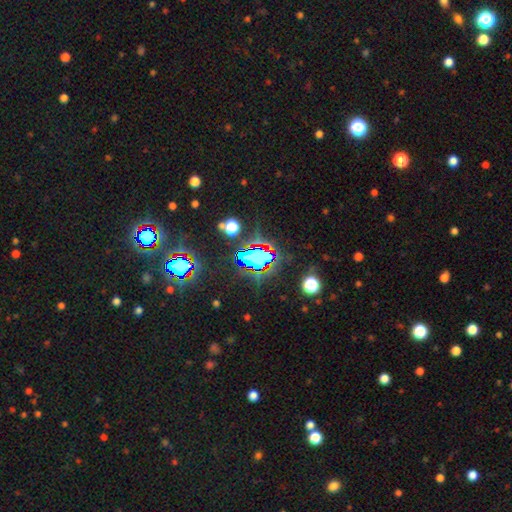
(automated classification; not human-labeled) Smooth or featured: star or artifact — 64% (smooth — 22%)